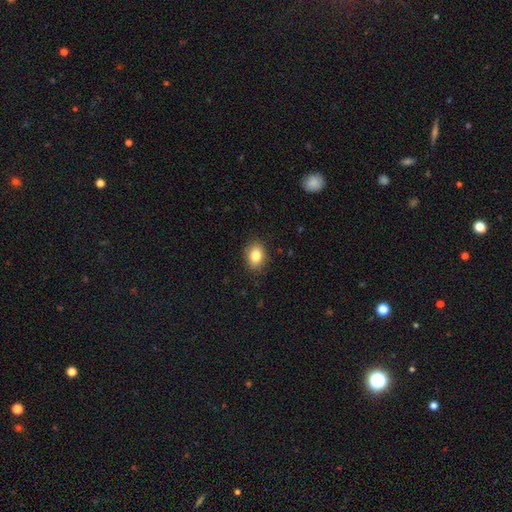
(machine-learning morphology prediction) smooth_or_featured: smooth (p=0.83) [alt: star or artifact p=0.09]
how_rounded: in between (p=0.72) [alt: round p=0.27]
merging: none (p=0.86) [alt: minor disturbance p=0.10]